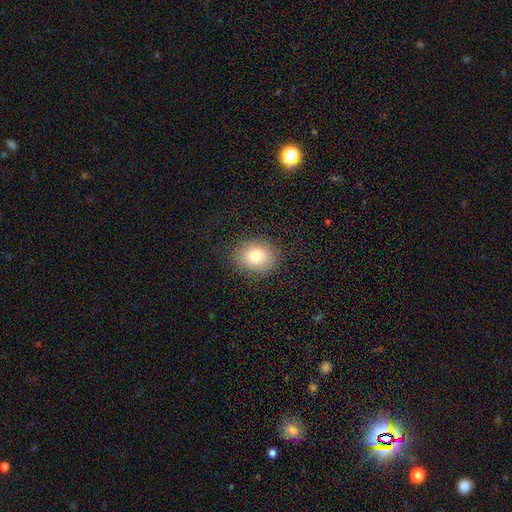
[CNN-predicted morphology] Smooth or featured?
  - smooth: 79% *
  - featured or disk: 11%
  - star or artifact: 10%
How rounded?
  - in between: 51% *
  - round: 48%
  - cigar-shaped: 1%
Merging?
  - none: 86% *
  - minor disturbance: 10%
  - major disturbance: 3%
  - merger: 1%